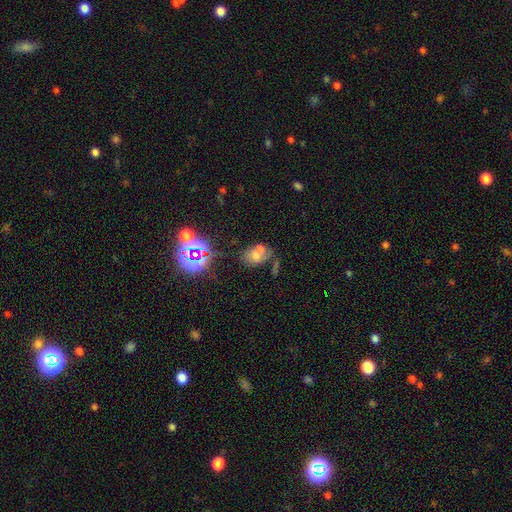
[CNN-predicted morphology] A smooth galaxy with no disk features (57%) that is in between round and cigar-shaped (71%).

Vote fractions:
- Smooth or featured? smooth: 57% / star or artifact: 22% / featured or disk: 21%
- How rounded? in between: 71% / round: 28% / cigar-shaped: 2%
- Merging? merger: 43% / none: 36% / minor disturbance: 13% / major disturbance: 8%